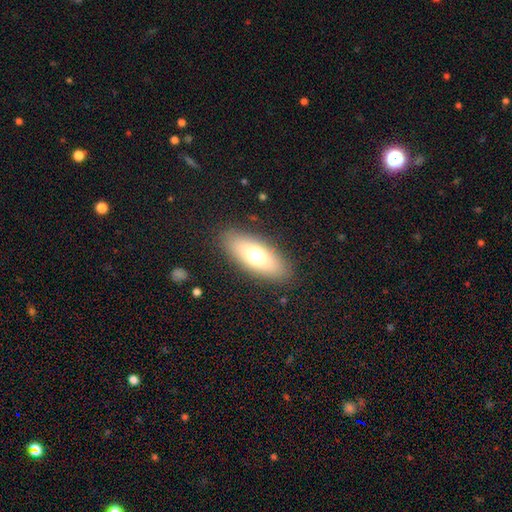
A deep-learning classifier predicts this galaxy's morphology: This appears to be a smooth galaxy with no disk features (66%) that is in between round and cigar-shaped (76%). Merging: none (86%).